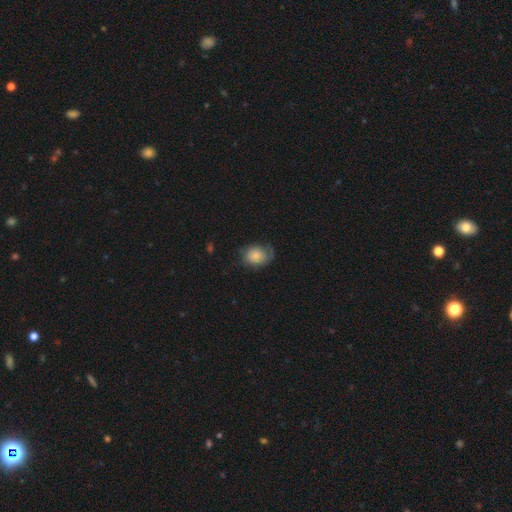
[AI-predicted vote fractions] Overall: smooth (72%). How rounded: in between (57%; round 42%). Merging: none (52%; minor disturbance 31%).